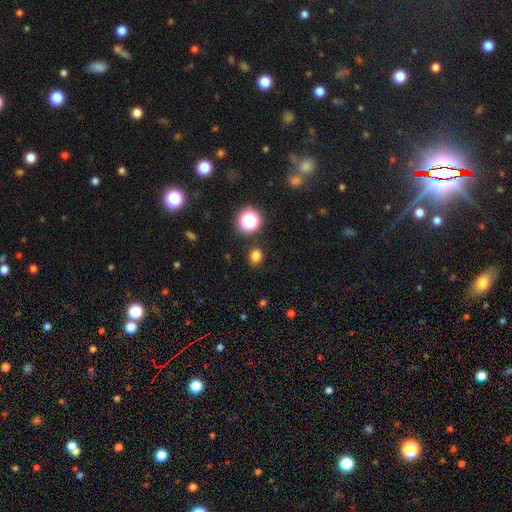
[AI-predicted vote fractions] This appears to be a smooth galaxy with no disk features (79%) that is round (59%). Merging: none (86%).